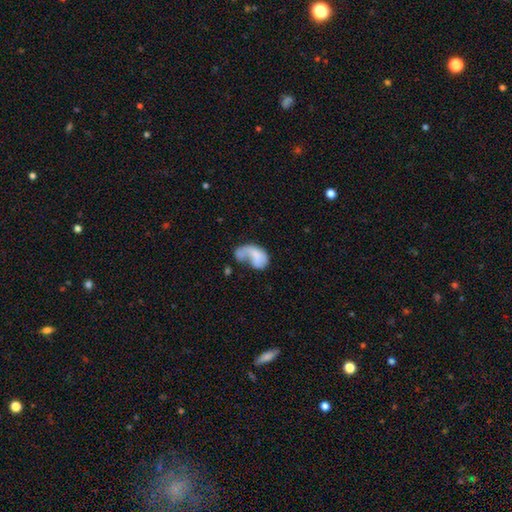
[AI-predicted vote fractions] smooth_or_featured: smooth (p=0.52) [alt: featured or disk p=0.40]
how_rounded: in between (p=0.87) [alt: round p=0.11]
merging: major disturbance (p=0.47) [alt: none p=0.20]